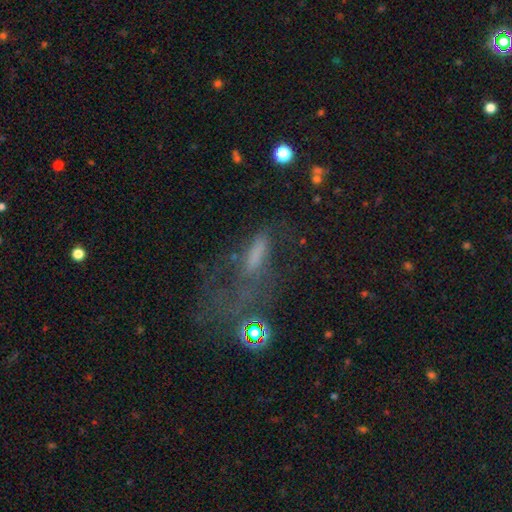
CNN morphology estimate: A smooth galaxy with no disk features (44%). Merging: major disturbance (42%).